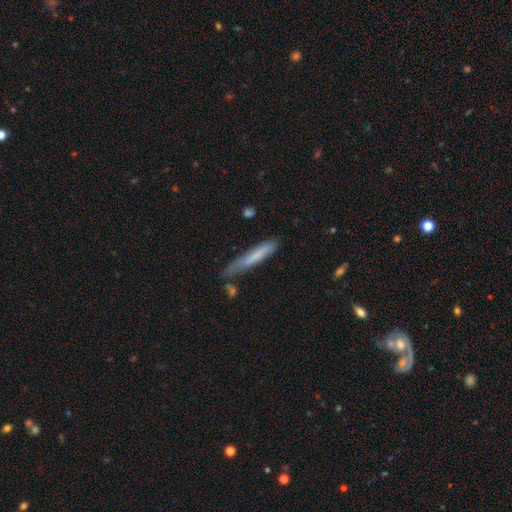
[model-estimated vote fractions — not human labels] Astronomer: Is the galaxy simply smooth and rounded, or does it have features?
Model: smooth — 67%.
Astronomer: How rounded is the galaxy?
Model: cigar-shaped — 92%.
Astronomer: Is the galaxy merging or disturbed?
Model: none — 59%.